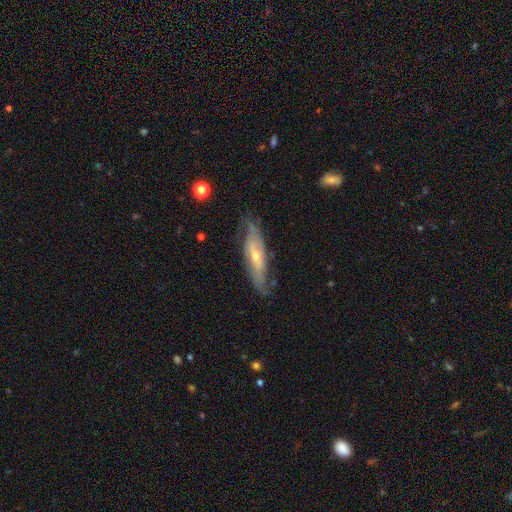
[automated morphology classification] A featured or disk galaxy (72%). Merging: none (69%).